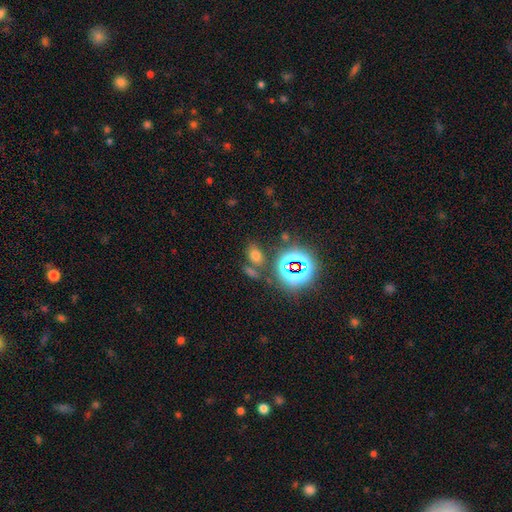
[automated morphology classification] smooth_or_featured: smooth (p=0.60) [alt: star or artifact p=0.32]
how_rounded: in between (p=0.78) [alt: round p=0.20]
merging: none (p=0.70) [alt: merger p=0.14]